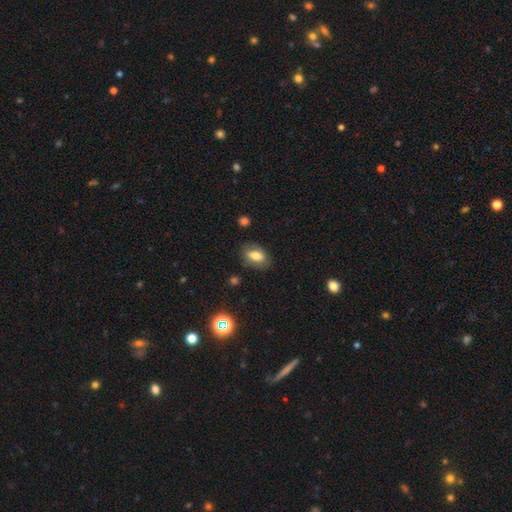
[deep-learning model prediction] Overall: smooth (70%). How rounded: in between (86%). Merging: none (78%).